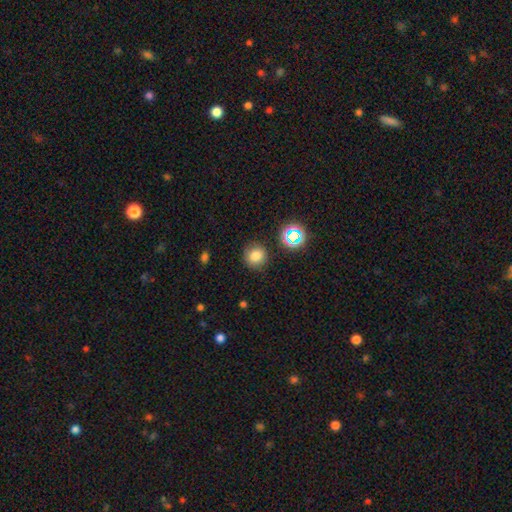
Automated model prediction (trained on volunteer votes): A smooth galaxy with no disk features (78%) that is round (91%). Merging: none (86%).